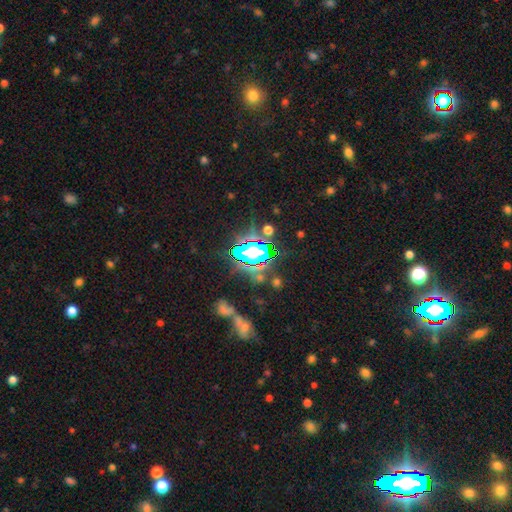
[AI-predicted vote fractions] Morphology: type=star or artifact (71%).